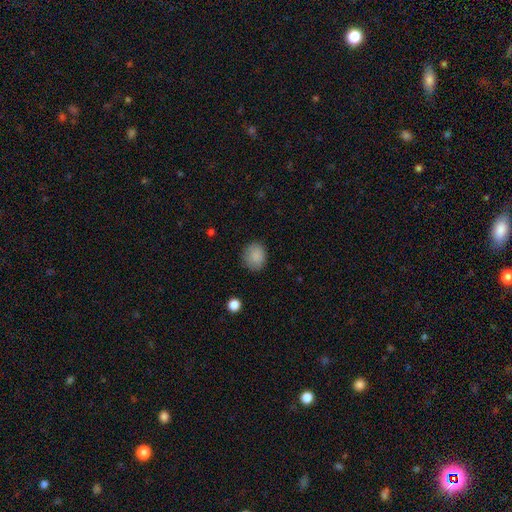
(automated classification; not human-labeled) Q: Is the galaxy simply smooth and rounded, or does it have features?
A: smooth — 87%.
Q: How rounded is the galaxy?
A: round — 70%.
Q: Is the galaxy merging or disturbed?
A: none — 83%.